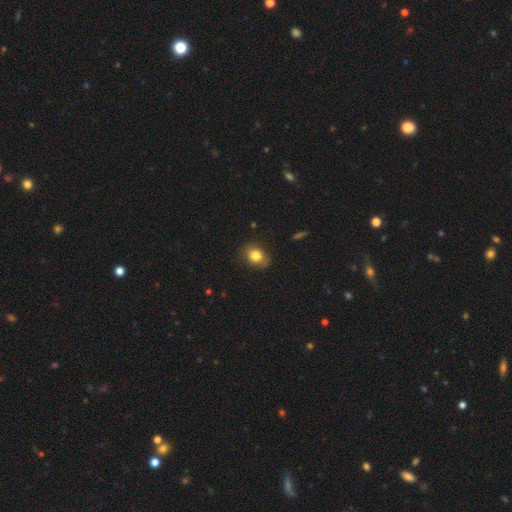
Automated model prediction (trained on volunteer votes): Smooth or featured? smooth (81%)
How rounded? round (51%)
Merging? none (80%)